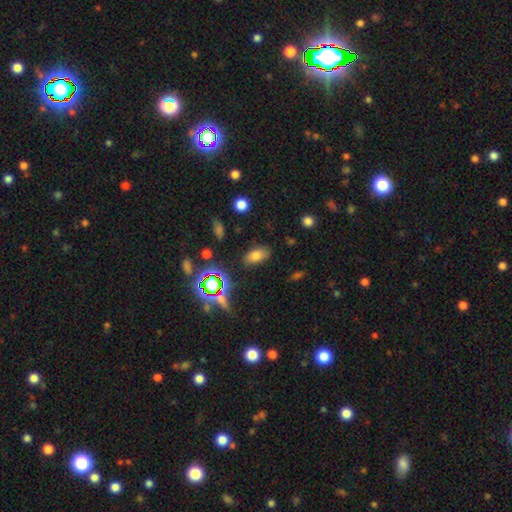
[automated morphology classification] A smooth galaxy with no disk features (70%) that is in between round and cigar-shaped (89%).

Vote fractions:
- Smooth or featured? smooth: 70% / star or artifact: 20% / featured or disk: 10%
- How rounded? in between: 89% / round: 8% / cigar-shaped: 3%
- Merging? none: 81% / minor disturbance: 13% / major disturbance: 4% / merger: 3%